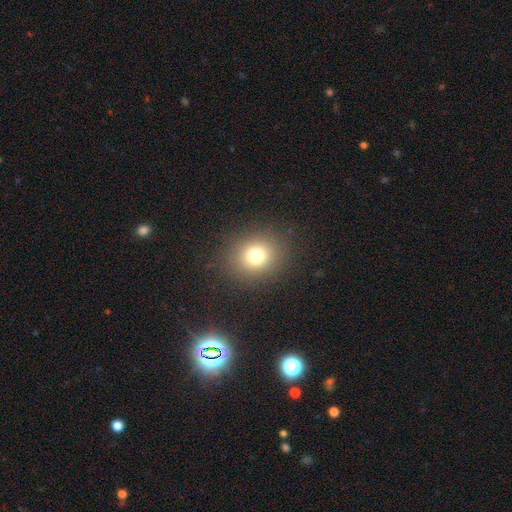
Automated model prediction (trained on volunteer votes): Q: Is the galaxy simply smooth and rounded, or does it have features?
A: smooth — 75%.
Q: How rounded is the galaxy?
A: round — 80%.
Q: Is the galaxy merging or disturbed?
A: none — 88%.